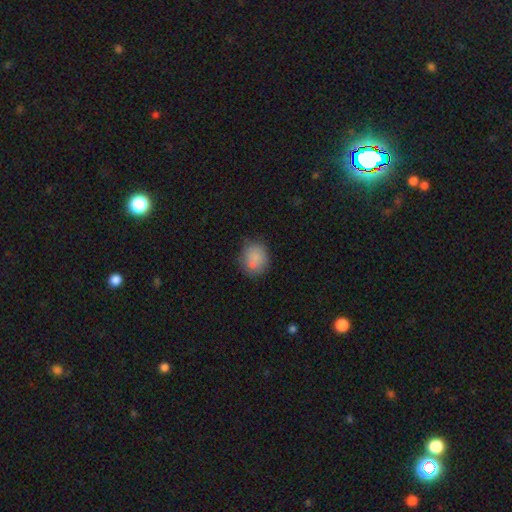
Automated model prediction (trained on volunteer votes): Morphology: type=smooth (81%); roundness=round (69%); merging=none (65%).